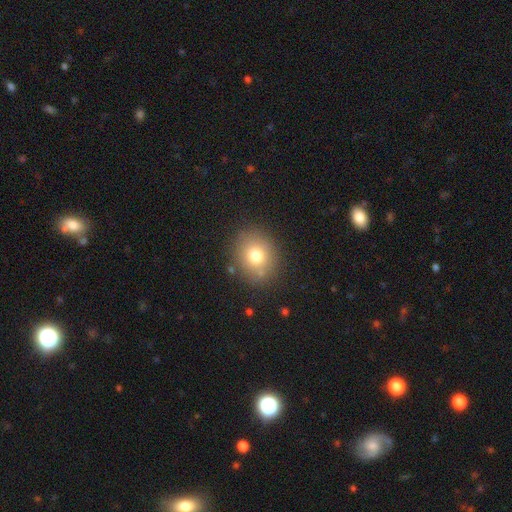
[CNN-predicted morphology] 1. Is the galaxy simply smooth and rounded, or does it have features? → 75% smooth, 13% star or artifact, 12% featured or disk.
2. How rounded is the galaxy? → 71% round, 28% in between, 1% cigar-shaped.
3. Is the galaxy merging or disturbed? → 82% none, 11% minor disturbance, 4% major disturbance, 3% merger.